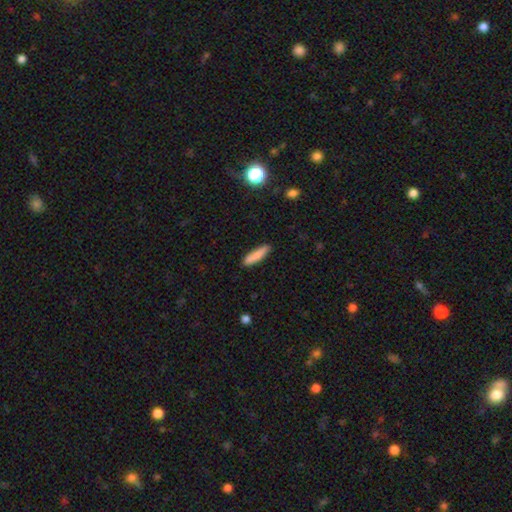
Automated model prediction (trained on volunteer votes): Smooth or featured: smooth — 85% (featured or disk — 8%)
How rounded: cigar-shaped — 81% (in between — 17%)
Merging: none — 88% (minor disturbance — 9%)